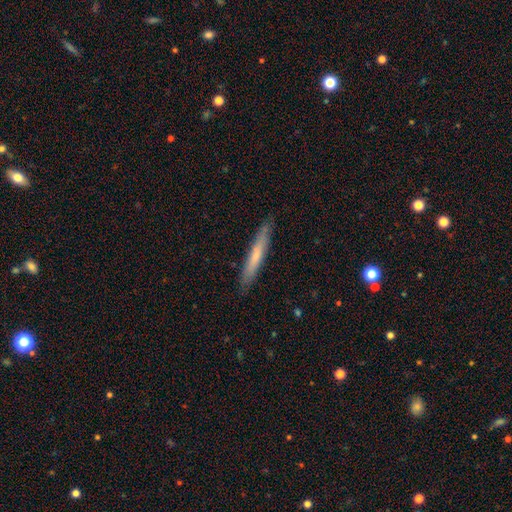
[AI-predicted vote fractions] Morphology: type=smooth (63%); roundness=cigar-shaped (95%); merging=none (88%).